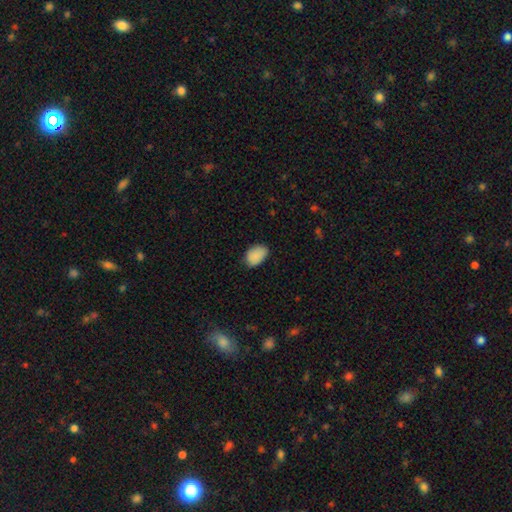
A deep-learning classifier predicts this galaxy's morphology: type=smooth (89%); roundness=in between (86%); merging=none (77%).